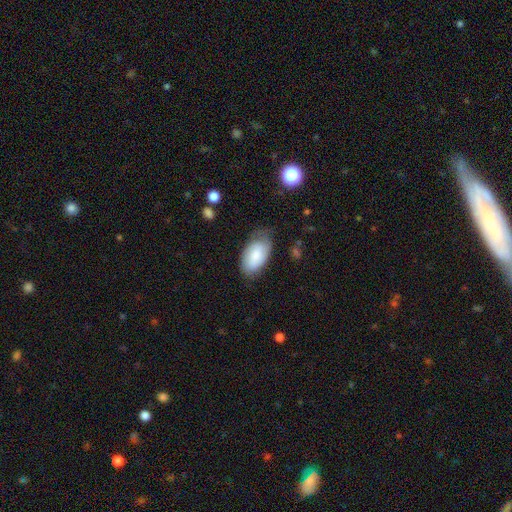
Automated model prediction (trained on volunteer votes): Morphology: type=smooth (72%); roundness=in between (95%); merging=none (58%).